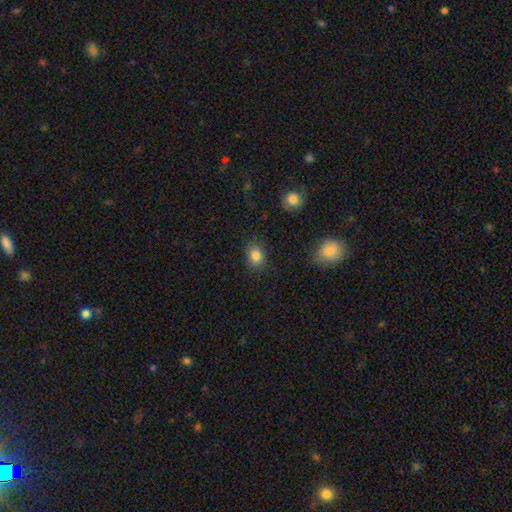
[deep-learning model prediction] Smooth or featured? Predicted: smooth (p=0.84). How rounded? Predicted: in between (p=0.55). Merging? Predicted: none (p=0.85).